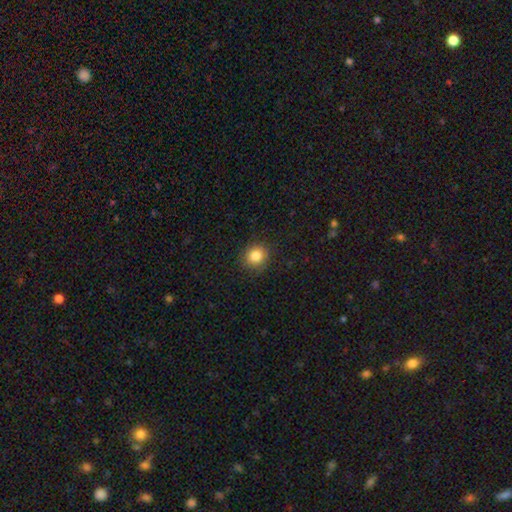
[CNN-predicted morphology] smooth 84%, star or artifact 10%, featured or disk 5%. Down the decision tree: how rounded — round (84%); merging — none (88%).